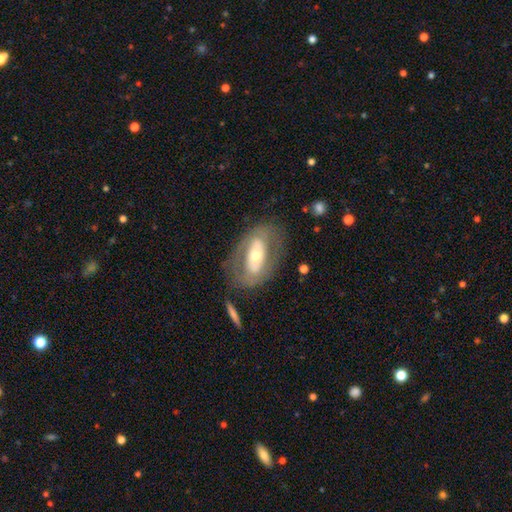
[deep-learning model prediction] The model was most divided on "bar": no: 49%, strong: 30%, weak: 21%. More confident: edge-on disk — no (89%); merging — none (70%); spiral arms — no (65%); smooth or featured — featured or disk (63%); bulge size — moderate (59%).